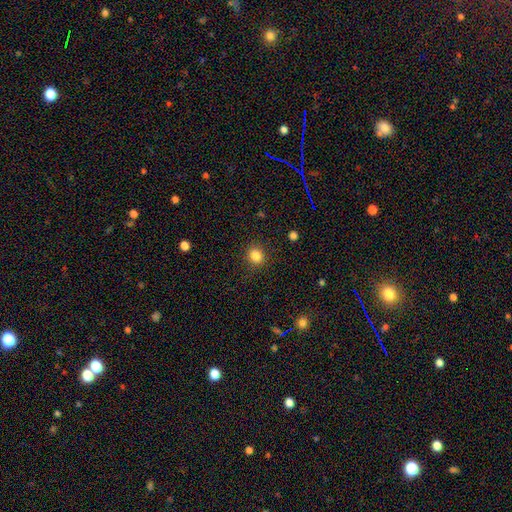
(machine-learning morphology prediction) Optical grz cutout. It shows a smooth galaxy with no disk features (84%) that is round (75%). Merging: none (89%).